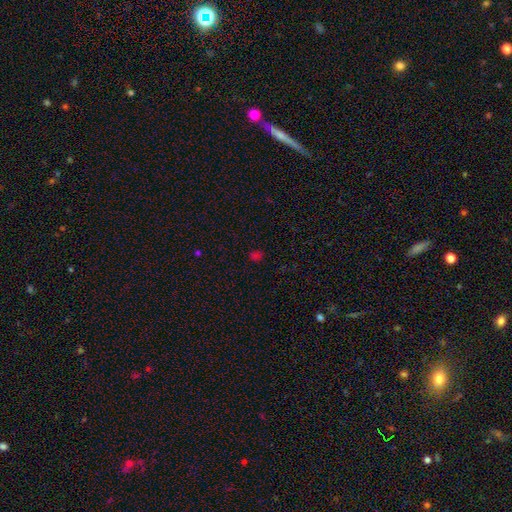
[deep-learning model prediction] Smooth or featured?
  - smooth: 55% *
  - star or artifact: 39%
  - featured or disk: 6%
How rounded?
  - round: 61% *
  - in between: 37%
  - cigar-shaped: 2%
Merging?
  - none: 76% *
  - minor disturbance: 14%
  - major disturbance: 6%
  - merger: 5%